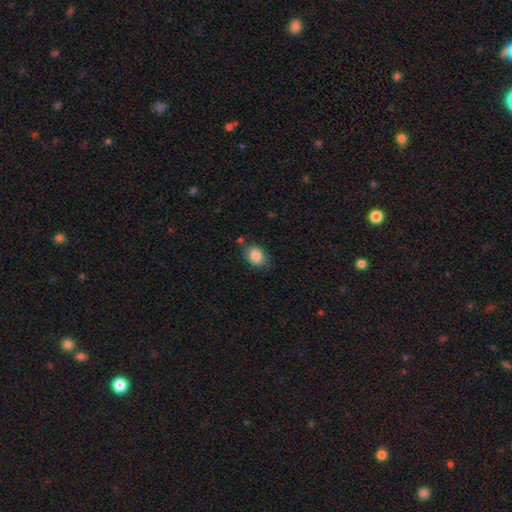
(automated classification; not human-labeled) smooth_or_featured: smooth (p=0.86) [alt: star or artifact p=0.08]
how_rounded: in between (p=0.63) [alt: round p=0.36]
merging: none (p=0.74) [alt: minor disturbance p=0.18]